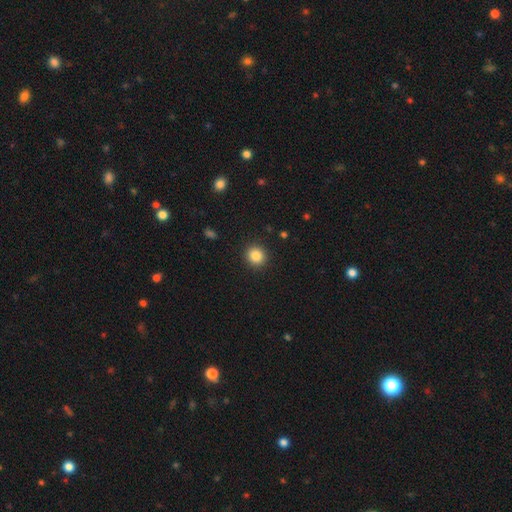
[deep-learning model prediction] This is clearly a smooth galaxy (86%). How rounded: clearly round (89%). Merging: clearly none (91%).